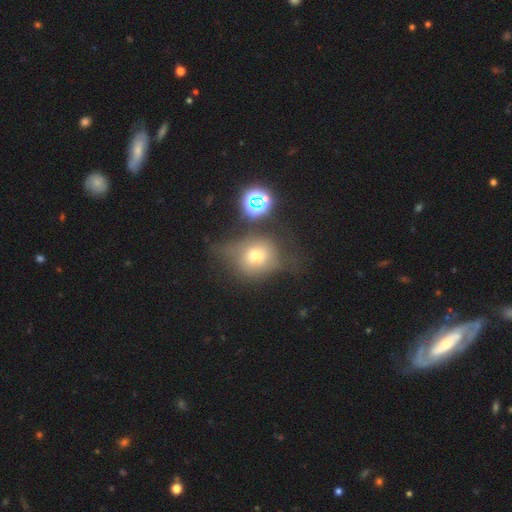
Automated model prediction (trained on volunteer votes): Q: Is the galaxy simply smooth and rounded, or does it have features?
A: smooth — 58%.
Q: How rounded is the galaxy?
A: round — 70%.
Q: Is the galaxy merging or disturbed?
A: none — 42%.